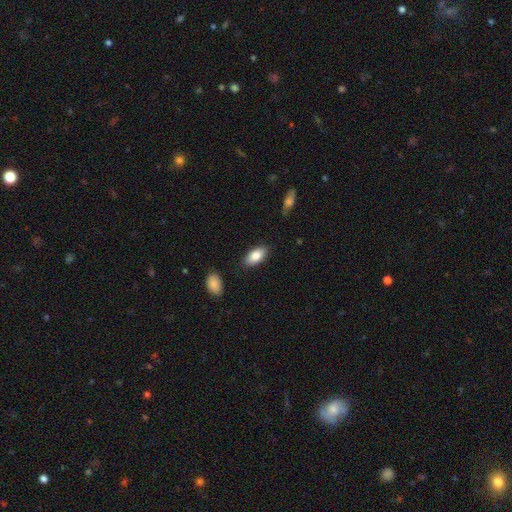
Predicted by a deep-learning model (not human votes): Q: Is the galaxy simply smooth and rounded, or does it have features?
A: smooth — 84%.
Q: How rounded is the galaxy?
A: in between — 92%.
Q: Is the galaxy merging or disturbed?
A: none — 86%.